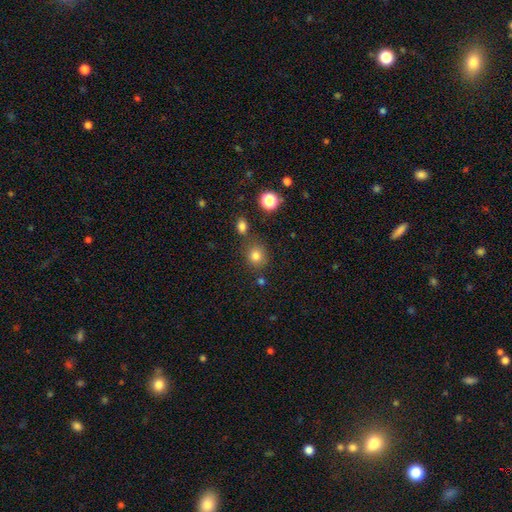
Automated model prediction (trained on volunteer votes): A smooth galaxy with no disk features (80%) that is round (83%). Merging: none (76%).